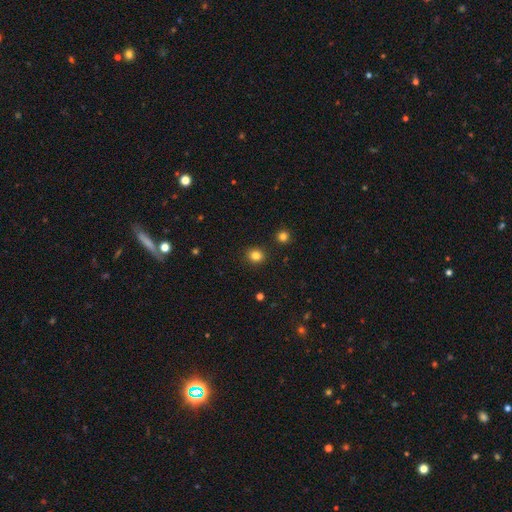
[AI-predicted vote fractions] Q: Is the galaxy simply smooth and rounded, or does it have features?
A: smooth — 82%.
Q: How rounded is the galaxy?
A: round — 82%.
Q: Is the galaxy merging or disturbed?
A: none — 90%.